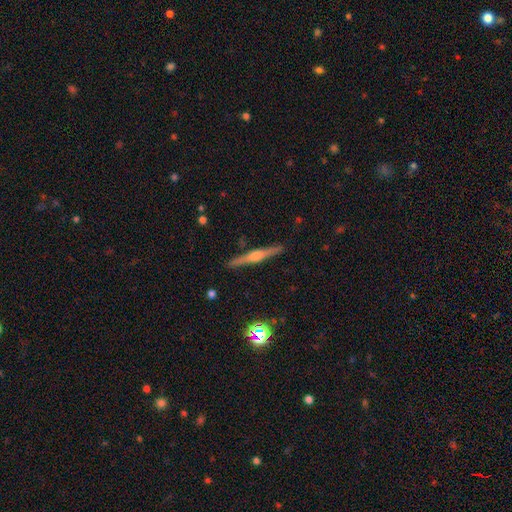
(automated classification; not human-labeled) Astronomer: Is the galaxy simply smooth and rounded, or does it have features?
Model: featured or disk — 75%.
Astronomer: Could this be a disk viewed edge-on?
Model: yes — 98%.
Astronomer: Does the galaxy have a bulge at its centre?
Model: rounded — 83%.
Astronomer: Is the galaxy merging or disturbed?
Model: none — 91%.